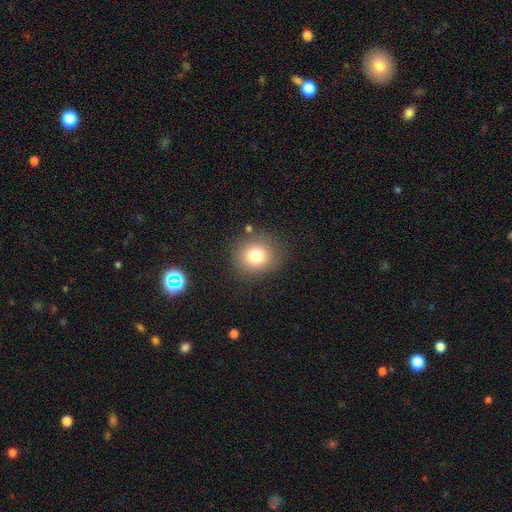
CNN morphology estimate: Smooth or featured? smooth (78%)
How rounded? round (82%)
Merging? none (82%)